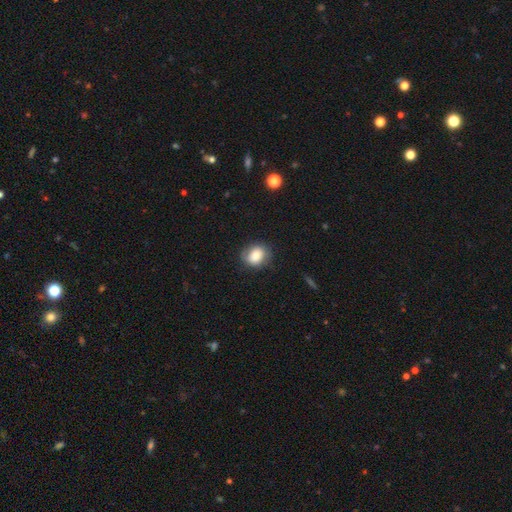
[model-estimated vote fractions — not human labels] smooth 79%, featured or disk 12%, star or artifact 9%. Down the decision tree: how rounded — round (60%); merging — none (74%).